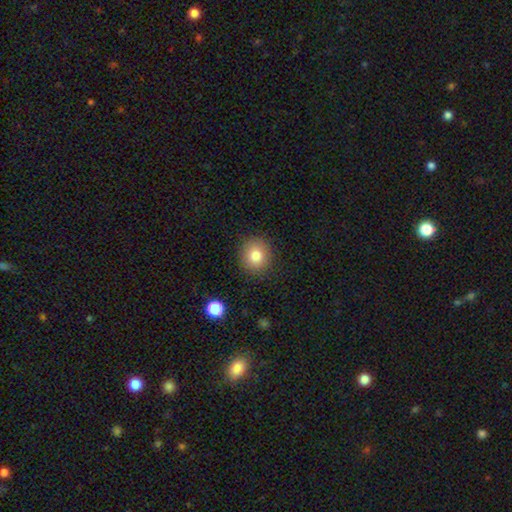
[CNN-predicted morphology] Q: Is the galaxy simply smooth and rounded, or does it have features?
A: smooth — 81%.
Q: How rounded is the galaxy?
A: round — 85%.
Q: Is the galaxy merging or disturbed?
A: none — 89%.